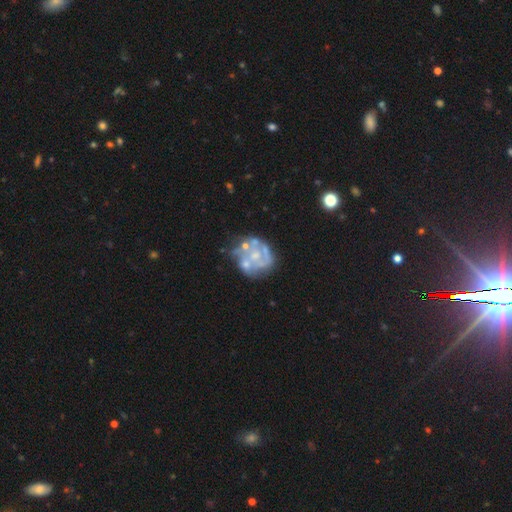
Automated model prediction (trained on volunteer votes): Q: Smooth or featured?
A: featured or disk (74%); runner-up: smooth (18%)
Q: Edge-on disk?
A: no (98%); runner-up: yes (2%)
Q: Bar?
A: no (86%); runner-up: weak (11%)
Q: Spiral arms?
A: no (63%); runner-up: yes (37%)
Q: Bulge size?
A: small (34%); runner-up: moderate (31%)
Q: Merging?
A: none (42%); runner-up: minor disturbance (22%)